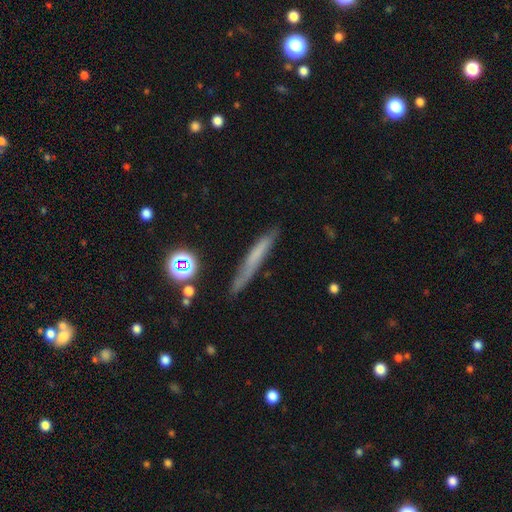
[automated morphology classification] smooth-or-featured: smooth: 53% | featured or disk: 35% | star or artifact: 12%
  how-rounded: cigar-shaped: 92% | in between: 5% | round: 3%
  merging: none: 70% | minor disturbance: 21% | major disturbance: 6% | merger: 3%